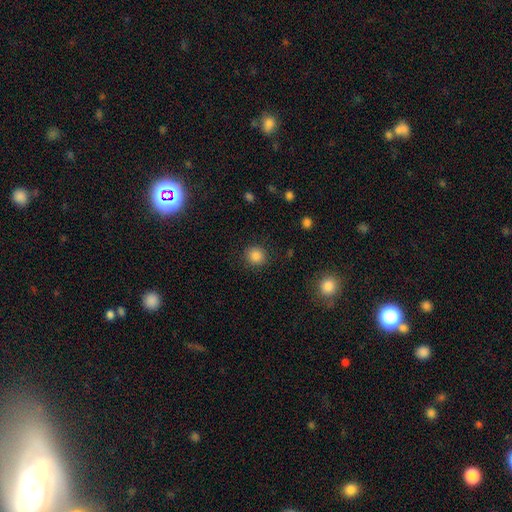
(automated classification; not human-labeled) This appears to be a smooth galaxy with no disk features (85%) that is round (90%). Merging: none (89%).